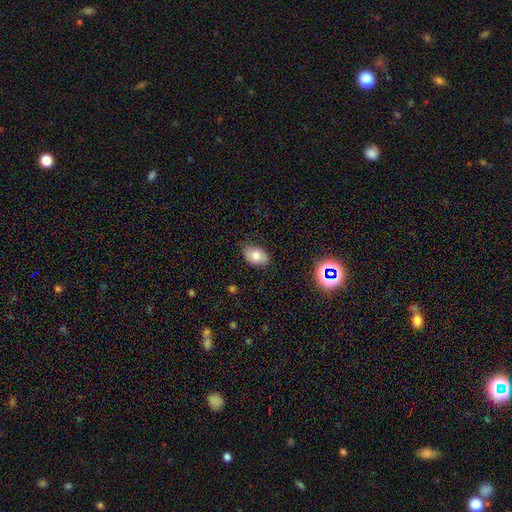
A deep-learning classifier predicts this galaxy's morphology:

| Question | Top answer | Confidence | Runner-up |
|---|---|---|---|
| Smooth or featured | smooth | 77% | featured or disk (14%) |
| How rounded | in between | 89% | round (10%) |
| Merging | none | 82% | minor disturbance (14%) |